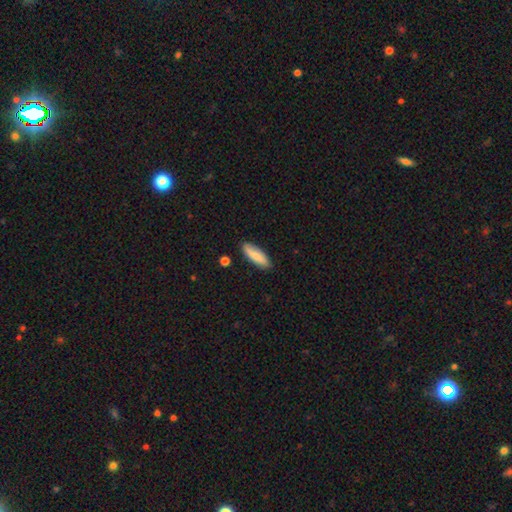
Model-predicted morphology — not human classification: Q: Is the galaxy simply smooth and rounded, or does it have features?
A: smooth — 75%.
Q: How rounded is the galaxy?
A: in between — 53%.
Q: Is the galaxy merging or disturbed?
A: none — 85%.